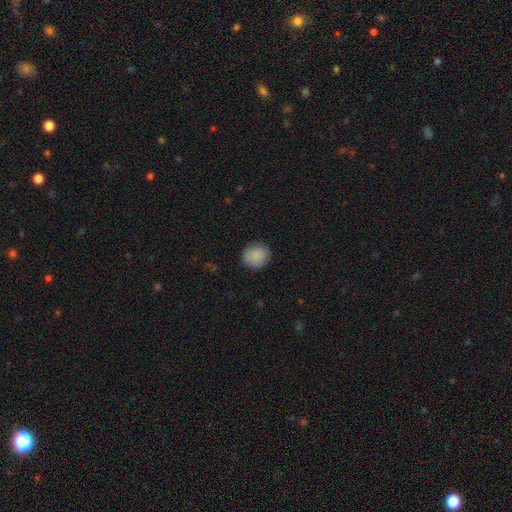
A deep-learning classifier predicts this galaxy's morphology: Overall: smooth (88%). How rounded: round (83%). Merging: none (86%).